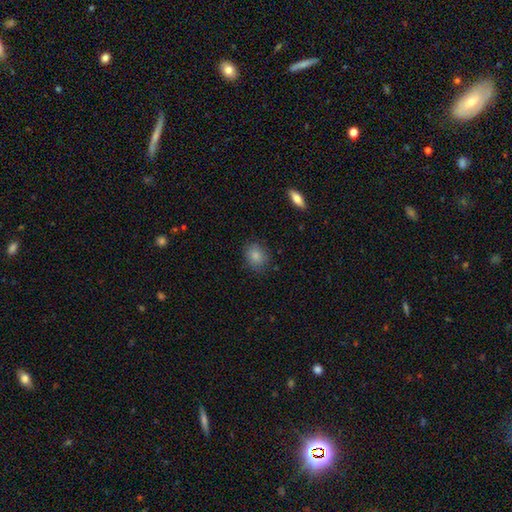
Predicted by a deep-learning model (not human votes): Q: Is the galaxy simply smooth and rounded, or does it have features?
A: smooth — 85%.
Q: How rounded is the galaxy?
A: round — 50%.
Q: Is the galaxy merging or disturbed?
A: none — 81%.